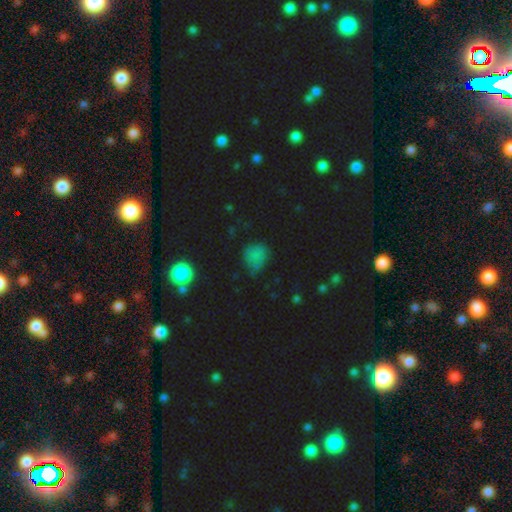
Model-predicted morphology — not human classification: smooth 68%, star or artifact 20%, featured or disk 12%. Down the decision tree: how rounded — round (65%); merging — none (51%).